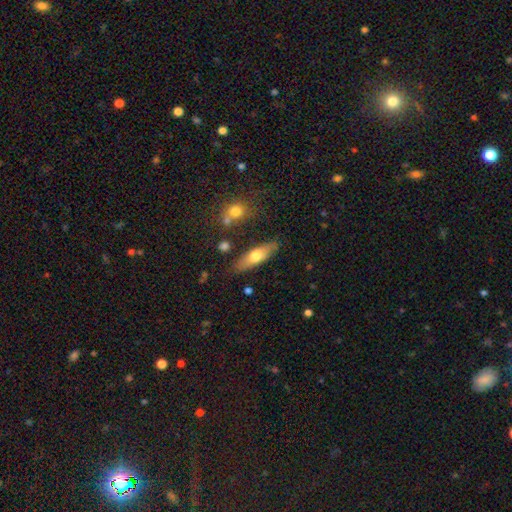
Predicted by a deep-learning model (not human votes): A smooth galaxy with no disk features (58%) that is cigar-shaped (52%).

Vote fractions:
- Smooth or featured? smooth: 58% / featured or disk: 36% / star or artifact: 6%
- How rounded? cigar-shaped: 52% / in between: 45% / round: 3%
- Merging? none: 81% / minor disturbance: 13% / merger: 3% / major disturbance: 3%